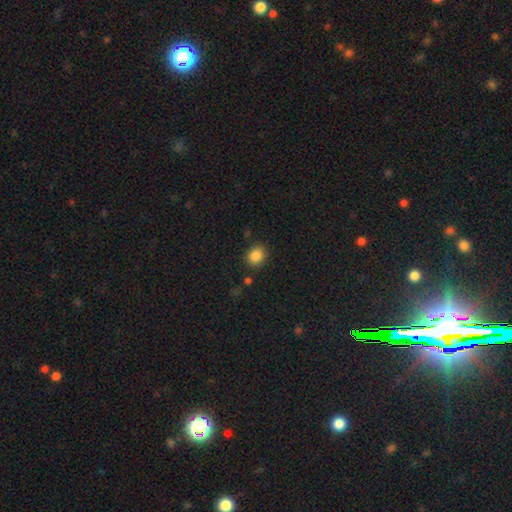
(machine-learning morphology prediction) Smooth or featured: smooth — 86% (star or artifact — 10%)
How rounded: round — 66% (in between — 33%)
Merging: none — 85% (minor disturbance — 9%)